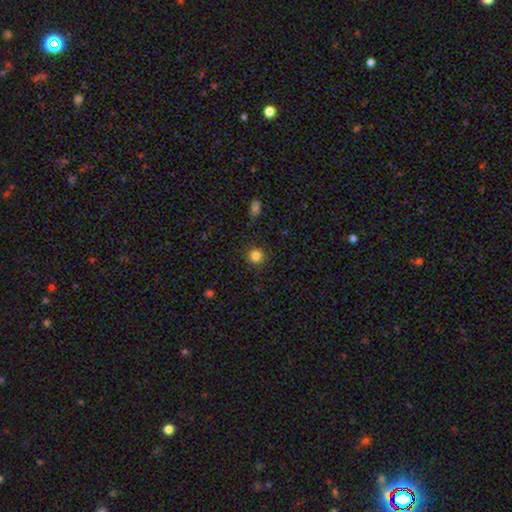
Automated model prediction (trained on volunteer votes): Smooth or featured? Predicted: smooth (p=0.83). How rounded? Predicted: round (p=0.93). Merging? Predicted: none (p=0.90).